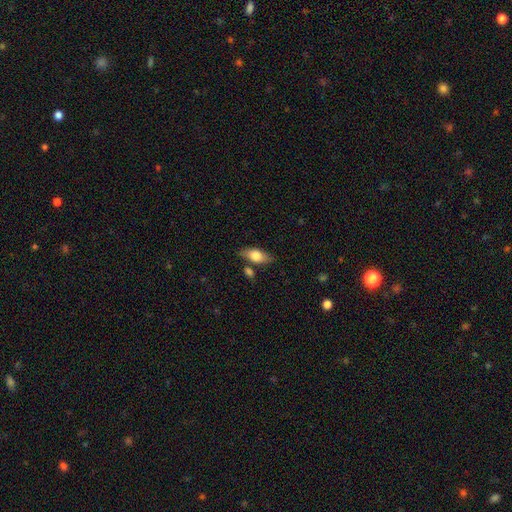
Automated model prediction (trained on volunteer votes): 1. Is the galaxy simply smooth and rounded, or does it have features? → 73% smooth, 20% featured or disk, 7% star or artifact.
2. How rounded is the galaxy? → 83% in between, 12% cigar-shaped, 4% round.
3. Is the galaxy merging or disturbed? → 72% none, 16% minor disturbance, 8% merger, 4% major disturbance.